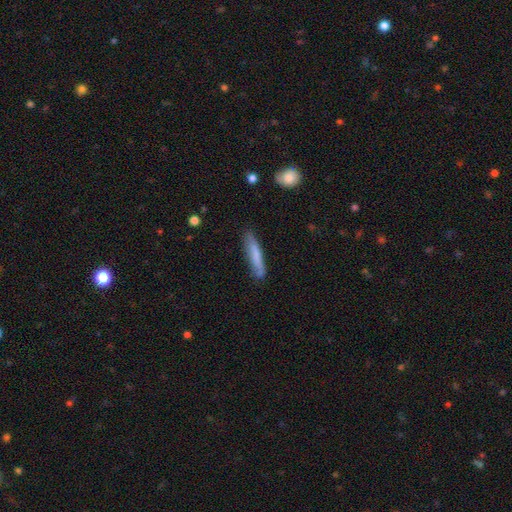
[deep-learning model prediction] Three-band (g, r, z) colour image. It shows a smooth galaxy with no disk features (69%) that is cigar-shaped (90%). Merging: none (74%).